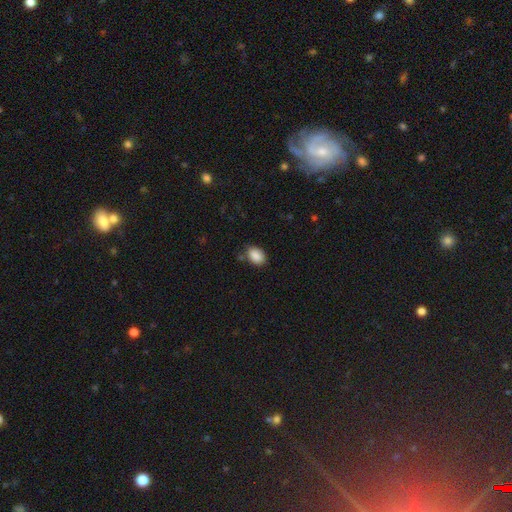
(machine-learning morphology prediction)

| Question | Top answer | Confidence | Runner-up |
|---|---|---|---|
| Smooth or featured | smooth | 88% | star or artifact (8%) |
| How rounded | in between | 83% | round (16%) |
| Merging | none | 76% | minor disturbance (17%) |